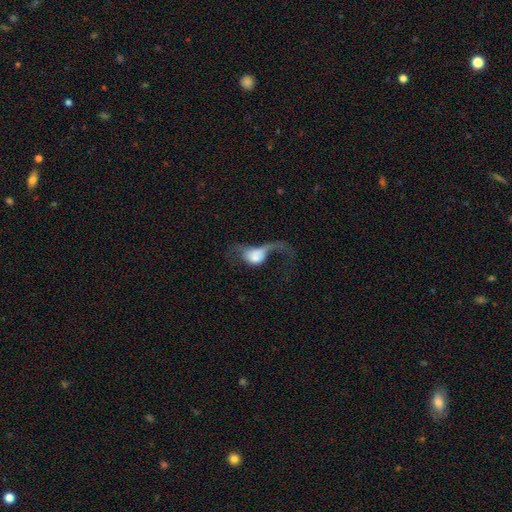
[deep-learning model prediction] smooth-or-featured: smooth: 48% | featured or disk: 43% | star or artifact: 9%
  merging: major disturbance: 62% | merger: 16% | none: 12% | minor disturbance: 10%